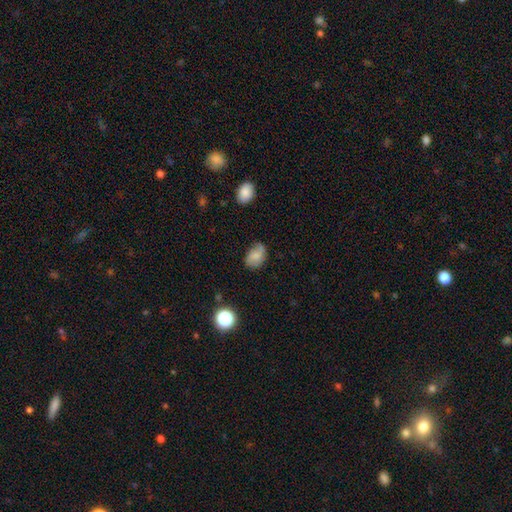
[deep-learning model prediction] smooth 66%, featured or disk 24%, star or artifact 10%. Down the decision tree: how rounded — in between (80%); merging — none (63%).